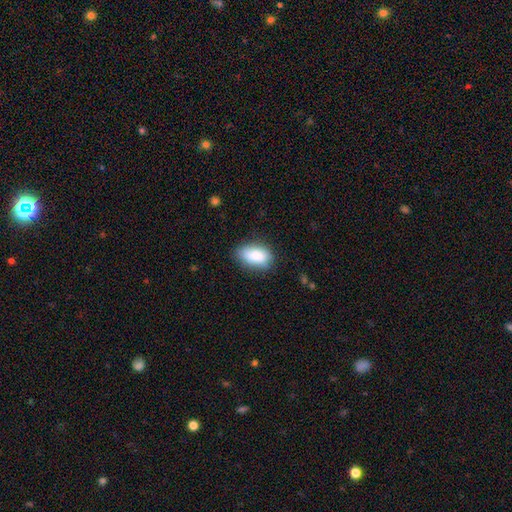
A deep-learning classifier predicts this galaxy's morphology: A smooth galaxy with no disk features (85%) that is in between round and cigar-shaped (92%).

Vote fractions:
- Smooth or featured? smooth: 85% / featured or disk: 8% / star or artifact: 7%
- How rounded? in between: 92% / round: 6% / cigar-shaped: 2%
- Merging? none: 77% / minor disturbance: 18% / major disturbance: 4% / merger: 1%